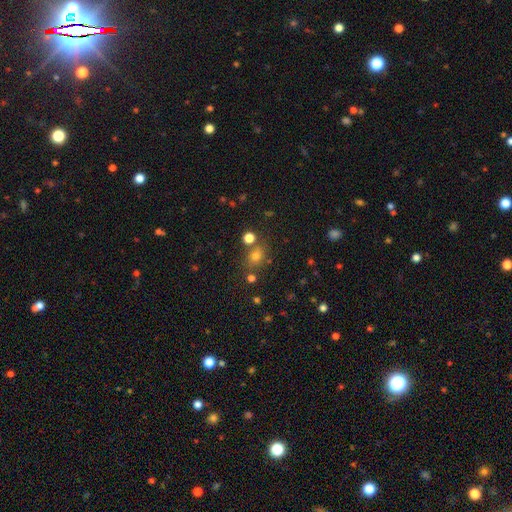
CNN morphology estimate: A smooth galaxy with no disk features (67%) that is round (60%). Merging: none (72%).